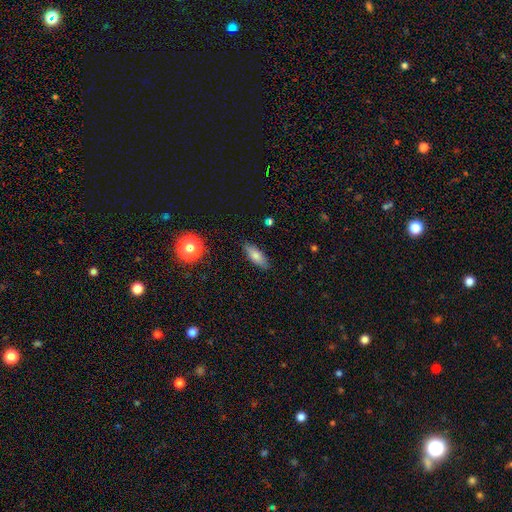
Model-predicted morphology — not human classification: Smooth or featured? Predicted: smooth (p=0.74). How rounded? Predicted: in between (p=0.68). Merging? Predicted: none (p=0.85).